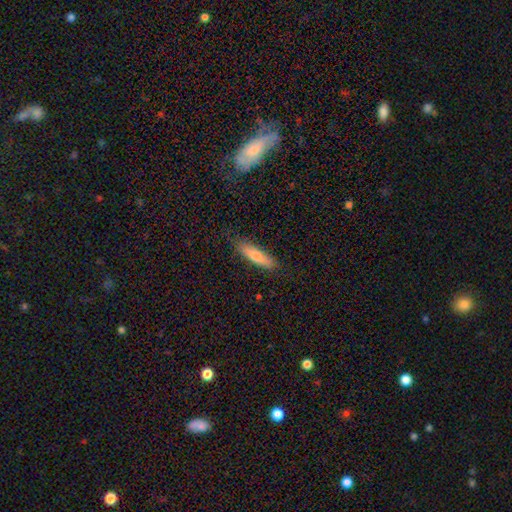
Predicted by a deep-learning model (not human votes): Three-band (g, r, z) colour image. It shows a smooth galaxy with no disk features (72%) that is cigar-shaped (72%). Merging: none (84%).